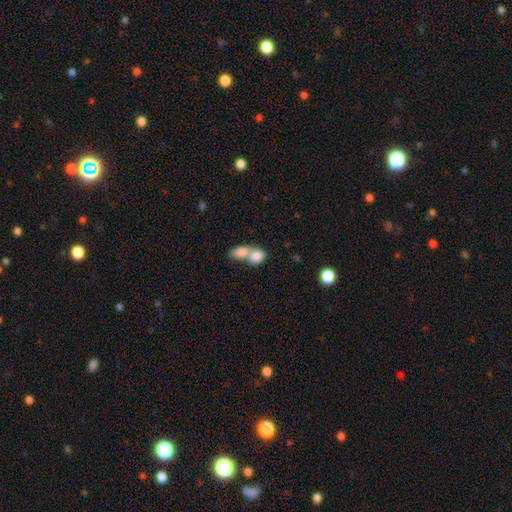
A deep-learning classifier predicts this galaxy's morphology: This is clearly a smooth galaxy (80%). How rounded: likely in between (68%). Merging: likely merger (75%).